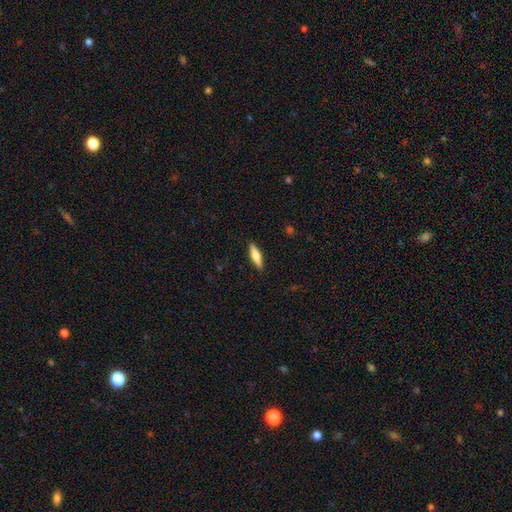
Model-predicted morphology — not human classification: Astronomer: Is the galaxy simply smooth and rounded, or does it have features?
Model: smooth — 62%.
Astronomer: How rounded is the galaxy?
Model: cigar-shaped — 67%.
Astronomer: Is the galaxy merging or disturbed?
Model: none — 90%.